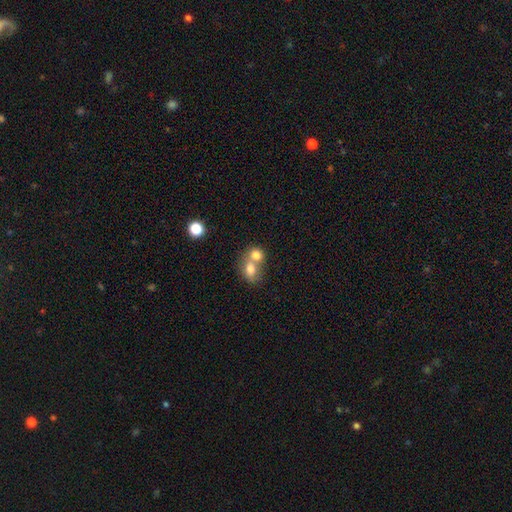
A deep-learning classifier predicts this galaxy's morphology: Overall: smooth (76%). How rounded: round (58%; in between 41%). Merging: merger (68%).